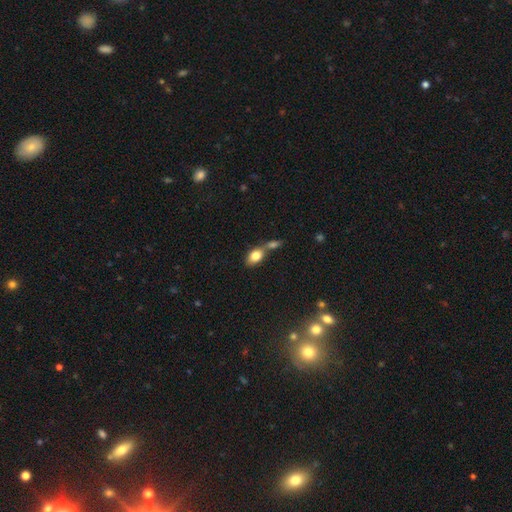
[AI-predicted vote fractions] Smooth or featured: smooth — 81% (featured or disk — 11%)
How rounded: in between — 83% (round — 14%)
Merging: merger — 50% (none — 34%)